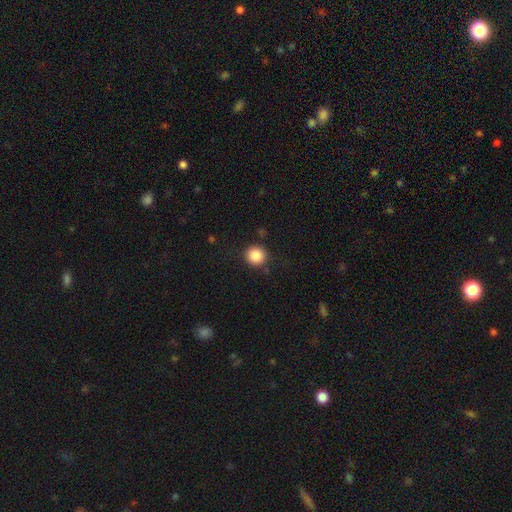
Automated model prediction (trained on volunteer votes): smooth_or_featured: smooth (p=0.86) [alt: star or artifact p=0.10]
how_rounded: round (p=0.93) [alt: in between p=0.06]
merging: none (p=0.88) [alt: minor disturbance p=0.08]